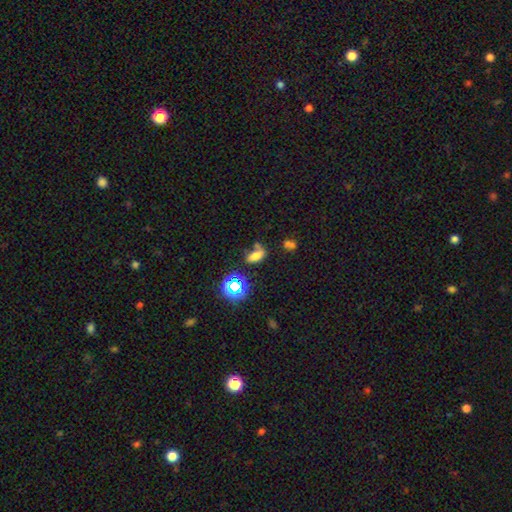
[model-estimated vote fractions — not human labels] Morphology: type=smooth (62%); roundness=in between (78%); merging=none (51%).